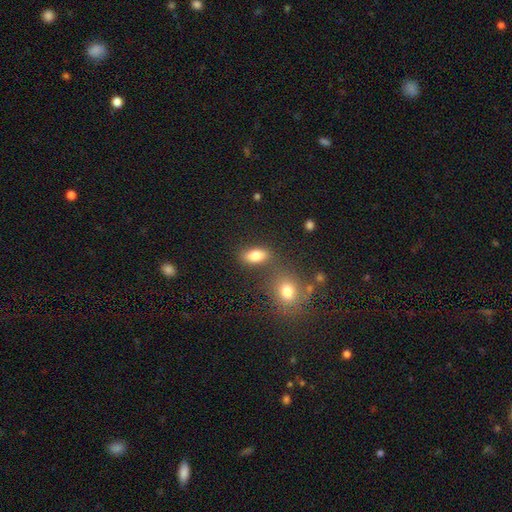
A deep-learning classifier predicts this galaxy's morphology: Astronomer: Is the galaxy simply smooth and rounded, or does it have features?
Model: smooth — 82%.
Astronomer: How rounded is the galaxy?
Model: in between — 86%.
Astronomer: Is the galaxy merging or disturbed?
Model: none — 69%.